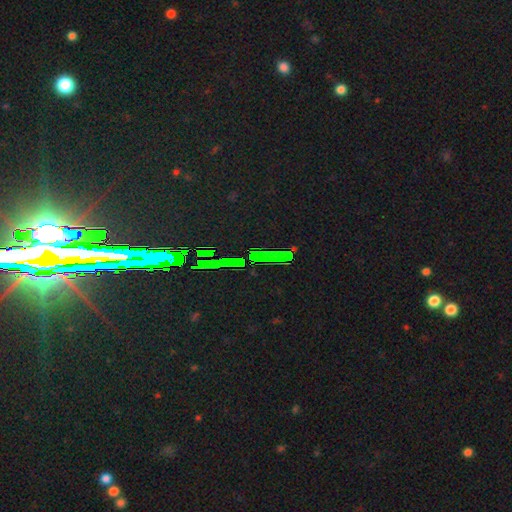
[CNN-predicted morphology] Smooth or featured? star or artifact (81%)